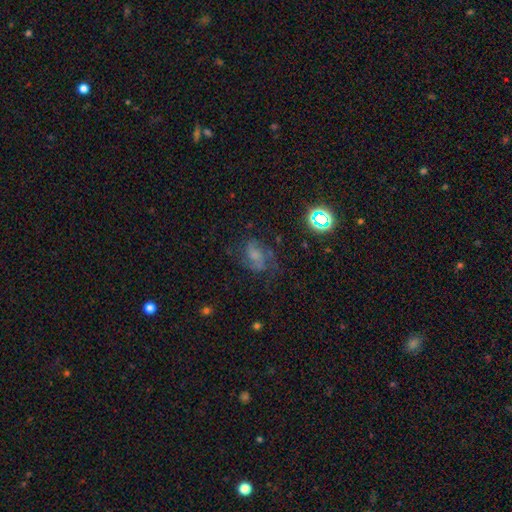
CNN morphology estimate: A featured or disk galaxy (53%) with no bar (62%), spiral arms (81%) and no central bulge (31%). Merging: none (54%).